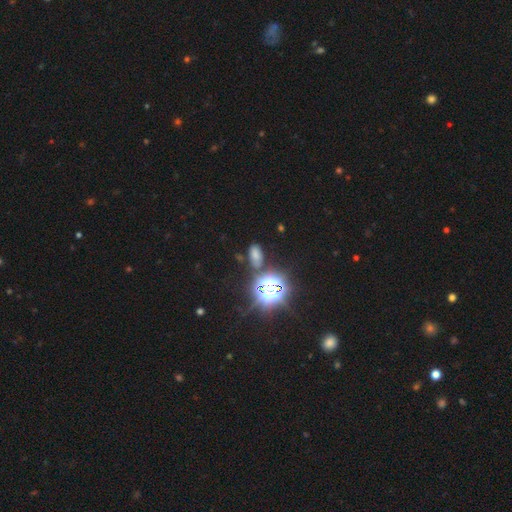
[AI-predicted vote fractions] Smooth or featured: smooth — 49% (star or artifact — 41%)
Merging: none — 75% (minor disturbance — 13%)